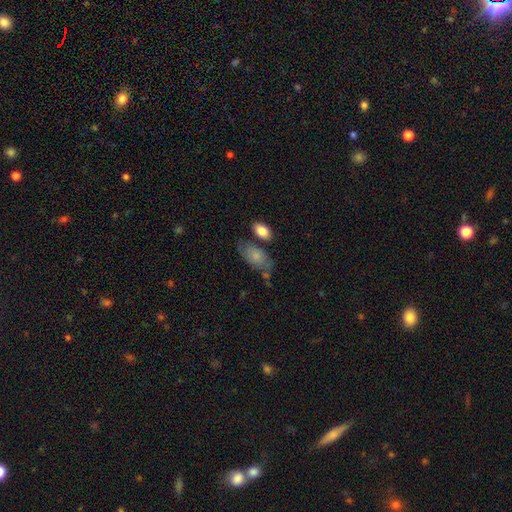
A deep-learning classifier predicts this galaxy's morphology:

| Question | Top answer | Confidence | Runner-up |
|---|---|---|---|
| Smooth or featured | smooth | 73% | featured or disk (20%) |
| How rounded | in between | 91% | round (5%) |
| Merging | none | 51% | minor disturbance (25%) |